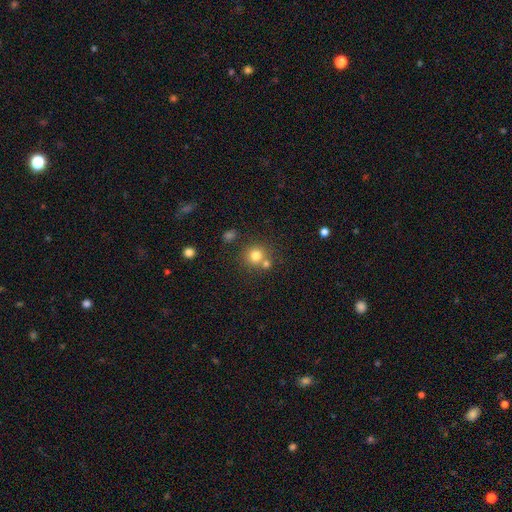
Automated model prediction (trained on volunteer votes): smooth-or-featured: smooth: 78% | star or artifact: 13% | featured or disk: 9%
  how-rounded: round: 89% | in between: 10% | cigar-shaped: 1%
  merging: none: 63% | merger: 26% | minor disturbance: 8% | major disturbance: 3%